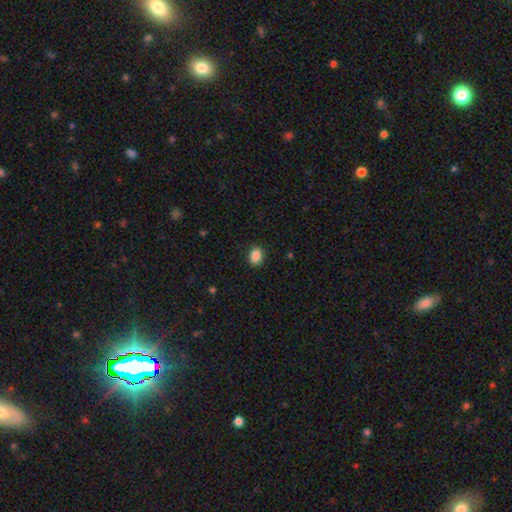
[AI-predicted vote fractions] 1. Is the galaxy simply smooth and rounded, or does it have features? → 87% smooth, 9% star or artifact, 4% featured or disk.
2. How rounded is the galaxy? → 63% in between, 35% round, 1% cigar-shaped.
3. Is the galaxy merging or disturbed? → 88% none, 9% minor disturbance, 2% major disturbance, 1% merger.